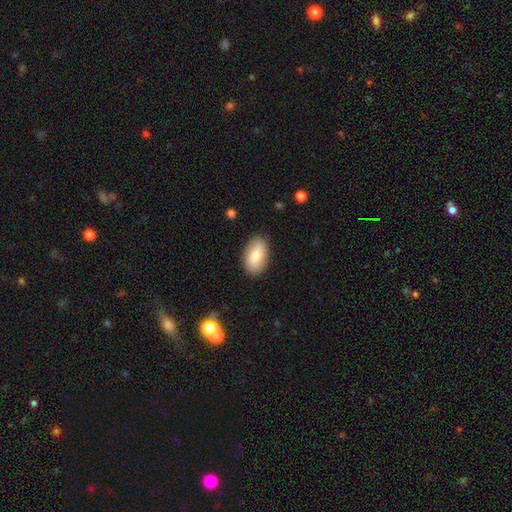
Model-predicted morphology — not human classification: Smooth or featured? smooth (80%)
How rounded? in between (94%)
Merging? none (86%)